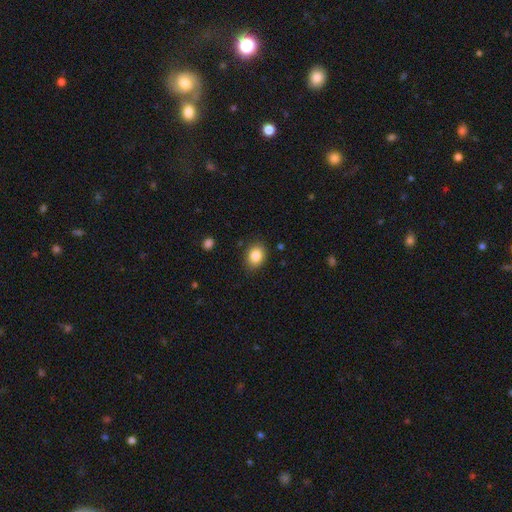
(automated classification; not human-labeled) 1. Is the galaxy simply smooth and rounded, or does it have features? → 86% smooth, 9% star or artifact, 6% featured or disk.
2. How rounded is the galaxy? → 59% in between, 40% round, 1% cigar-shaped.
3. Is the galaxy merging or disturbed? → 85% none, 11% minor disturbance, 3% major disturbance, 1% merger.